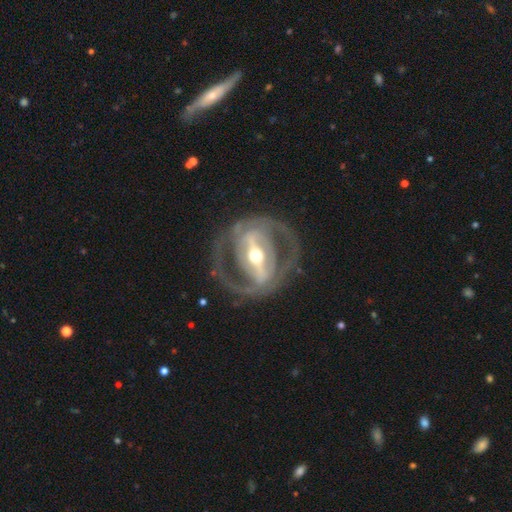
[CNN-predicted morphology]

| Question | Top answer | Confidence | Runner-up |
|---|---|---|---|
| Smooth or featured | featured or disk | 89% | smooth (6%) |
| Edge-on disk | no | 93% | yes (7%) |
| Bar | strong | 76% | weak (16%) |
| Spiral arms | yes | 83% | no (17%) |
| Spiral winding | tight | 44% | medium (43%) |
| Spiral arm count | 2 | 83% | can't tell (8%) |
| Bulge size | moderate | 62% | small (28%) |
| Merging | none | 75% | minor disturbance (12%) |